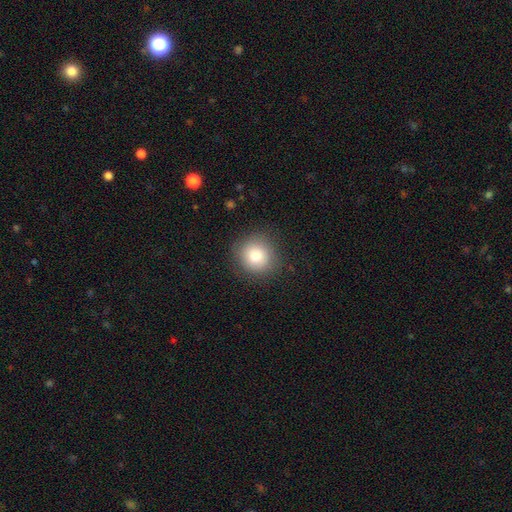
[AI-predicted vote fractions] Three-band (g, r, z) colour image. It shows a smooth galaxy with no disk features (79%) that is round (91%). Merging: none (86%).